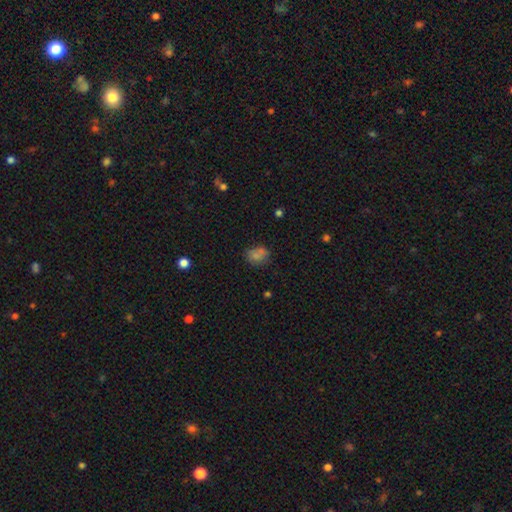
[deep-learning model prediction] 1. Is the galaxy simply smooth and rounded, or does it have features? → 69% smooth, 21% star or artifact, 10% featured or disk.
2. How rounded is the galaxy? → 57% round, 42% in between, 2% cigar-shaped.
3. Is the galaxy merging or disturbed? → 62% none, 16% merger, 16% minor disturbance, 6% major disturbance.